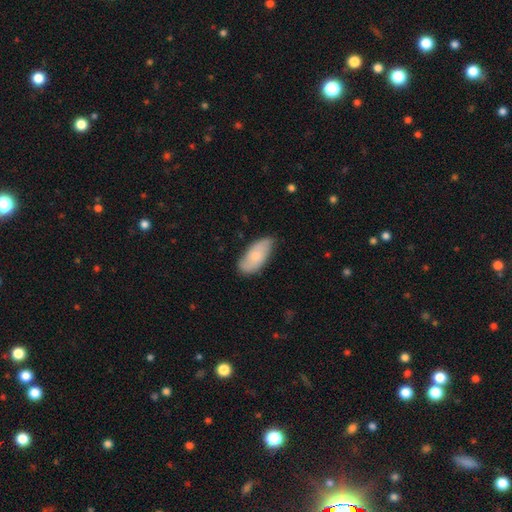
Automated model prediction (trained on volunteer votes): This is likely a smooth galaxy (63%). How rounded: clearly in between (89%). Merging: likely none (71%).